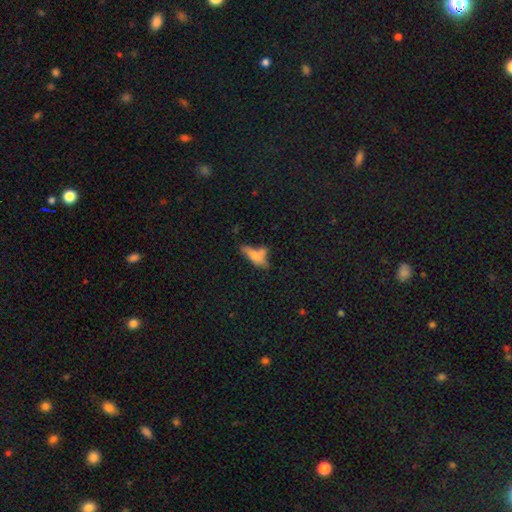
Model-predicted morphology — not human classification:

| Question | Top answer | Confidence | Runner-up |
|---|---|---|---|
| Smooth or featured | smooth | 62% | featured or disk (27%) |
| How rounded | in between | 56% | cigar-shaped (40%) |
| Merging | none | 38% | merger (25%) |